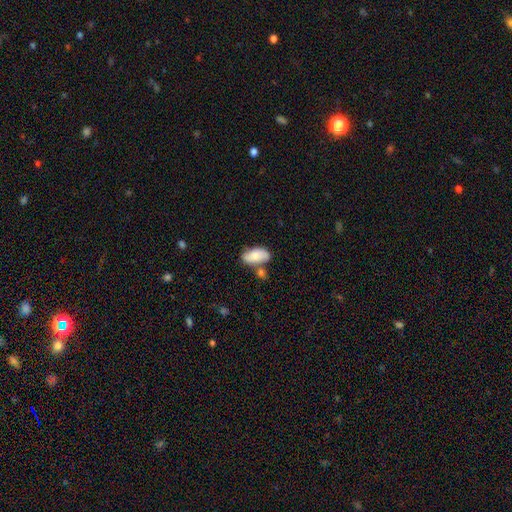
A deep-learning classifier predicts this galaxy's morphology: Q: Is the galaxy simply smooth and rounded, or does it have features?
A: smooth — 76%.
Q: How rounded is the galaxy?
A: in between — 92%.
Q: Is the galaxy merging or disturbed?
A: none — 55%.